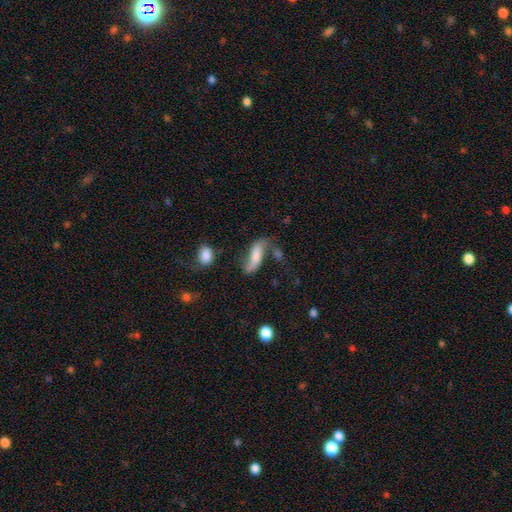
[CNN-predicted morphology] Q: Smooth or featured?
A: smooth (48%); runner-up: featured or disk (43%)
Q: Merging?
A: none (48%); runner-up: minor disturbance (24%)